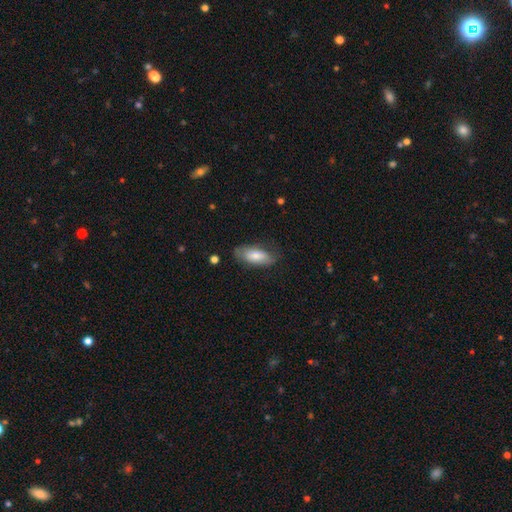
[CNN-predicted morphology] Smooth or featured? Predicted: smooth (p=0.74). How rounded? Predicted: in between (p=0.83). Merging? Predicted: none (p=0.73).